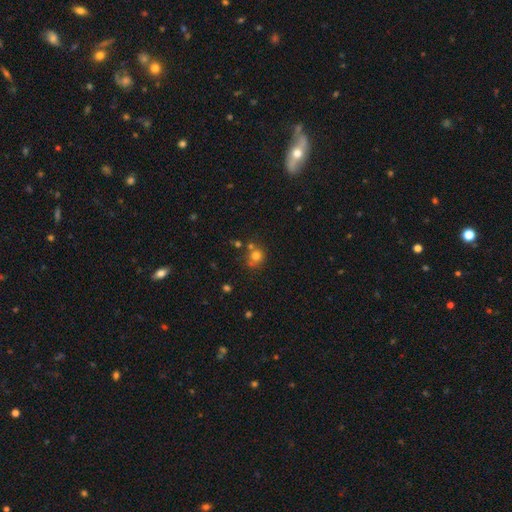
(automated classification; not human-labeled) Q: Smooth or featured?
A: smooth (73%); runner-up: star or artifact (16%)
Q: How rounded?
A: round (81%); runner-up: in between (18%)
Q: Merging?
A: none (56%); runner-up: merger (25%)